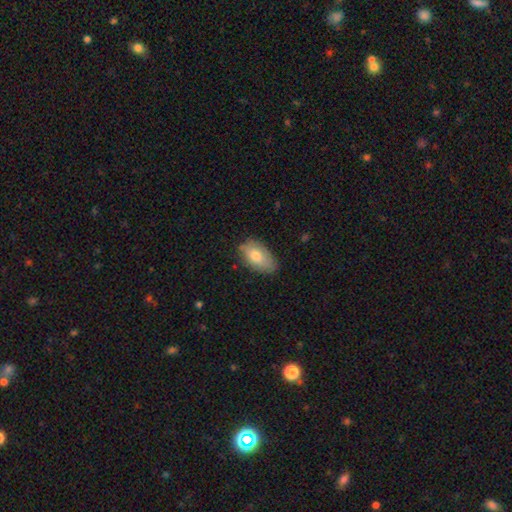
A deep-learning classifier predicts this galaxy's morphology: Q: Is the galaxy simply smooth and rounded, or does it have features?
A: smooth — 78%.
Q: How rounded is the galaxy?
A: in between — 93%.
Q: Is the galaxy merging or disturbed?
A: none — 67%.